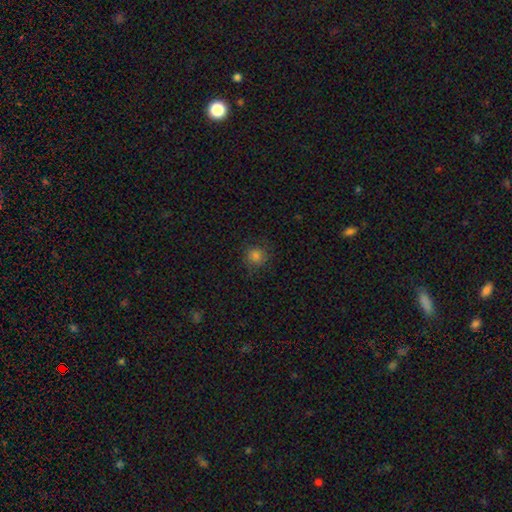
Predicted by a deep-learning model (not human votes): The model was most divided on "smooth or featured": smooth: 81%, star or artifact: 14%, featured or disk: 5%. More confident: how rounded — round (90%); merging — none (83%).